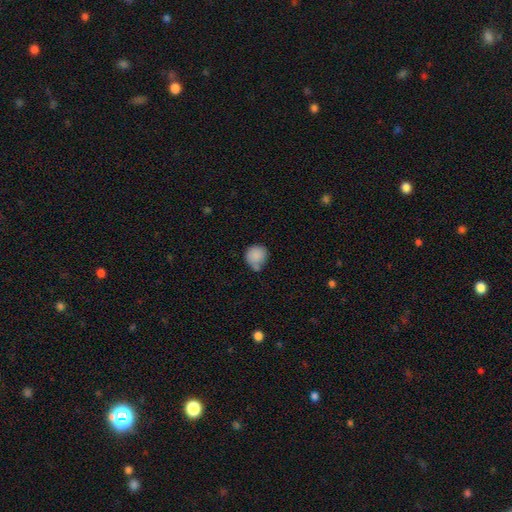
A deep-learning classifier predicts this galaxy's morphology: Smooth or featured? smooth (87%)
How rounded? round (86%)
Merging? none (52%)